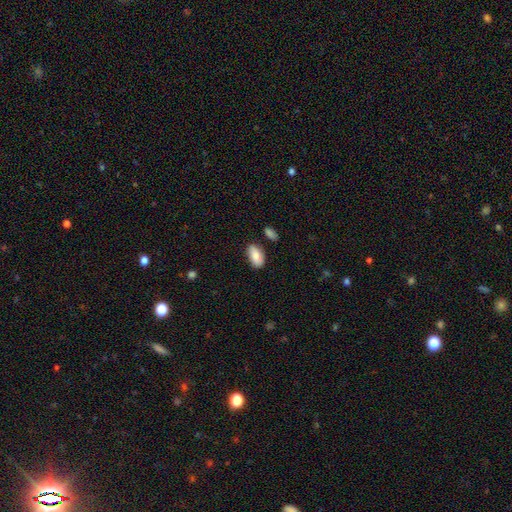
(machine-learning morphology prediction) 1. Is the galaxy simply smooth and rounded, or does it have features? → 84% smooth, 9% featured or disk, 6% star or artifact.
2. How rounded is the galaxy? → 93% in between, 4% round, 3% cigar-shaped.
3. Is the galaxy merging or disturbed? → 78% none, 15% minor disturbance, 4% merger, 3% major disturbance.